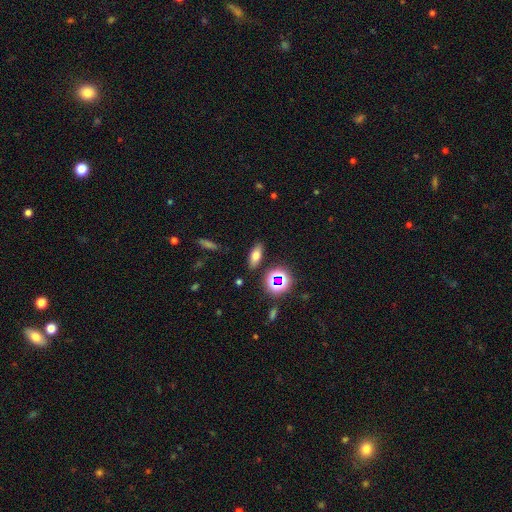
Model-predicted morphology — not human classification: type=smooth (67%); roundness=in between (72%); merging=none (86%).